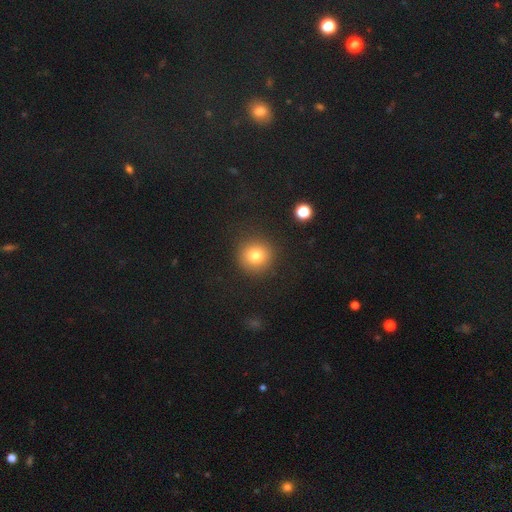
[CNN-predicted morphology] A smooth galaxy with no disk features (78%) that is round (93%). Merging: none (89%).